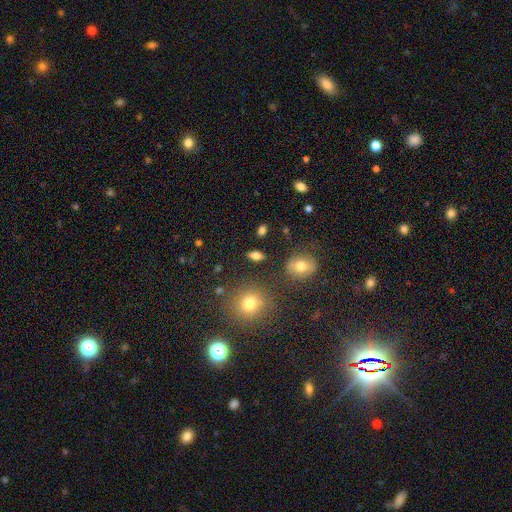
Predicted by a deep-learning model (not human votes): Smooth or featured? smooth (77%)
How rounded? in between (82%)
Merging? none (84%)